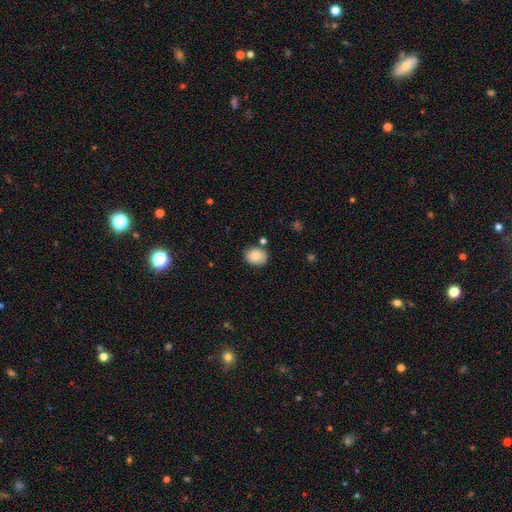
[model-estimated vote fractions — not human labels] This is clearly a smooth galaxy (82%). How rounded: possibly round (58%). Merging: likely none (76%).